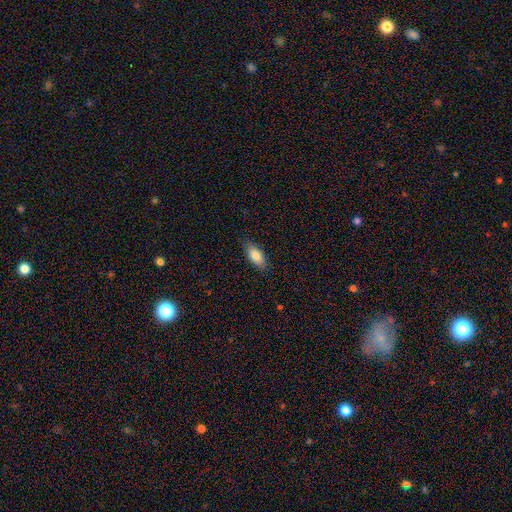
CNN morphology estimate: This is clearly a smooth galaxy (83%). How rounded: clearly in between (85%). Merging: clearly none (84%).